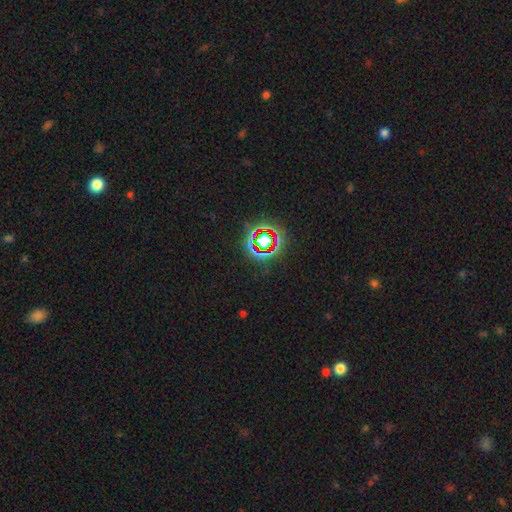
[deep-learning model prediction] A star or artifact, not a galaxy (70%).

Vote fractions:
- Smooth or featured? star or artifact: 70% / smooth: 18% / featured or disk: 12%